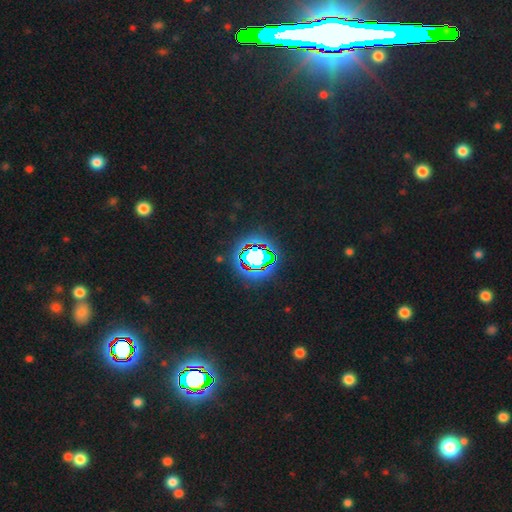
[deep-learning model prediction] The model was most divided on "smooth or featured": star or artifact: 73%, smooth: 16%, featured or disk: 11%.